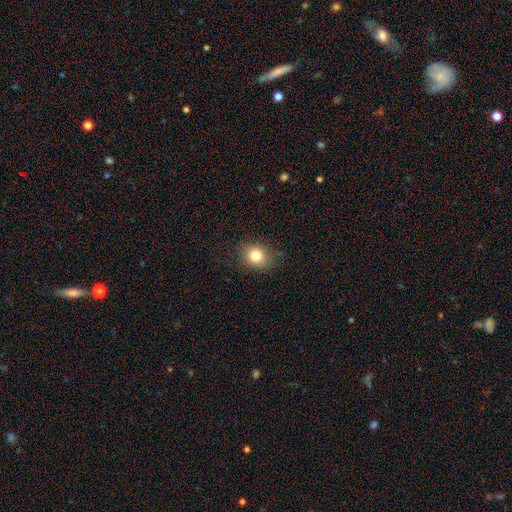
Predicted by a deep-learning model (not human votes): Smooth or featured: smooth — 79% (star or artifact — 12%)
How rounded: round — 60% (in between — 39%)
Merging: none — 85% (minor disturbance — 11%)